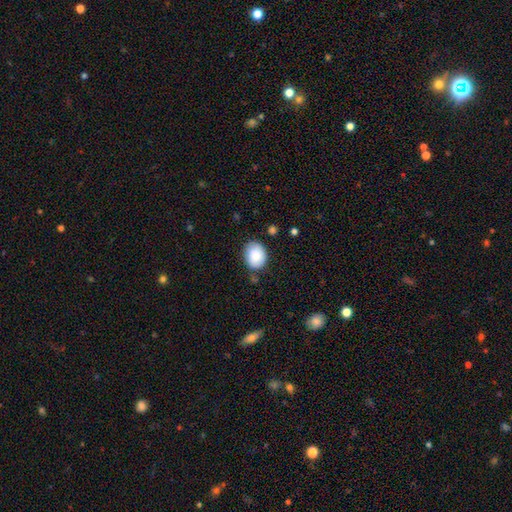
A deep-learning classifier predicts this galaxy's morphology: Smooth or featured? smooth (86%)
How rounded? in between (58%)
Merging? none (73%)